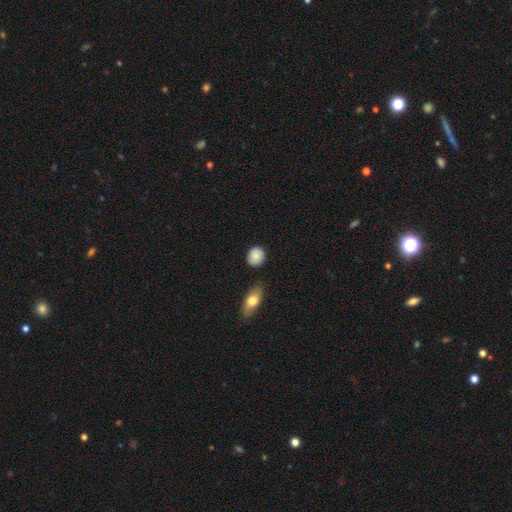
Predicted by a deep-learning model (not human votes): Smooth or featured?
  - smooth: 86% *
  - star or artifact: 7%
  - featured or disk: 7%
How rounded?
  - round: 76% *
  - in between: 23%
  - cigar-shaped: 2%
Merging?
  - none: 80% *
  - minor disturbance: 14%
  - merger: 4%
  - major disturbance: 3%